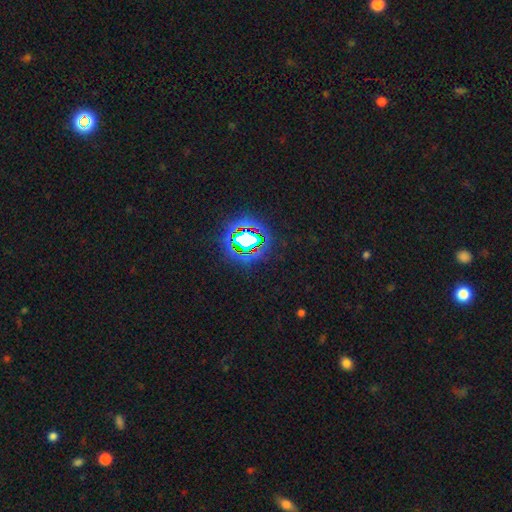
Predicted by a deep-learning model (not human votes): Overall: star or artifact (81%).